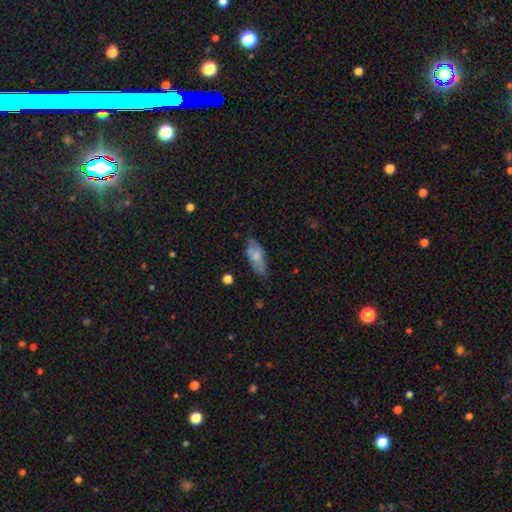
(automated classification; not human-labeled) smooth_or_featured: smooth (p=0.64) [alt: featured or disk p=0.29]
how_rounded: in between (p=0.79) [alt: cigar-shaped p=0.18]
merging: none (p=0.64) [alt: minor disturbance p=0.26]